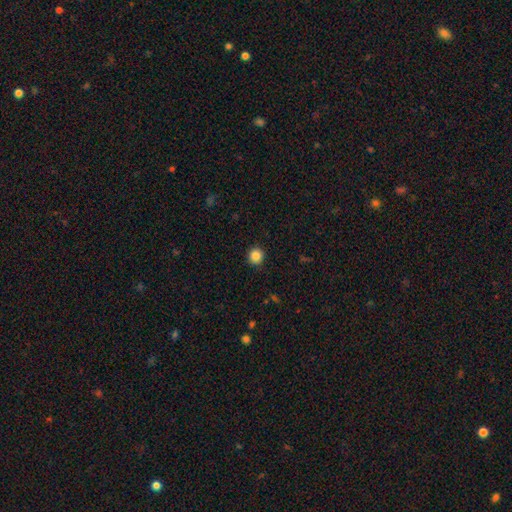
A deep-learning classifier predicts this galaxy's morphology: smooth_or_featured: smooth (p=0.85) [alt: star or artifact p=0.11]
how_rounded: round (p=0.93) [alt: in between p=0.06]
merging: none (p=0.92) [alt: minor disturbance p=0.05]